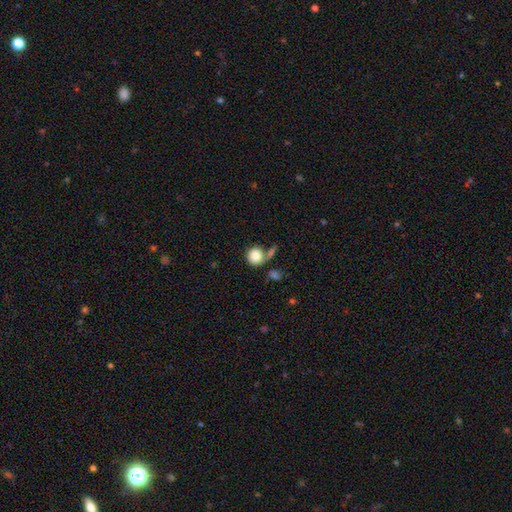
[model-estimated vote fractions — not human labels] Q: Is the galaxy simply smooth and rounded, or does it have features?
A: smooth — 84%.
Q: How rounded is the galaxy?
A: round — 86%.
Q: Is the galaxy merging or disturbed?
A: none — 55%.